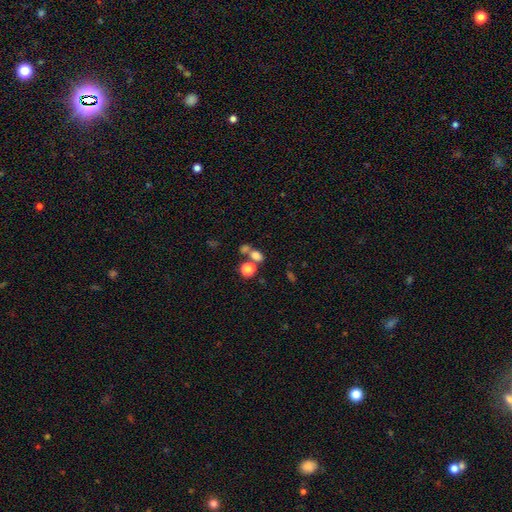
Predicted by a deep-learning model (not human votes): The model was most divided on "merging": none: 43%, merger: 40%, minor disturbance: 10%, major disturbance: 6%. More confident: smooth or featured — smooth (74%); how rounded — in between (60%).